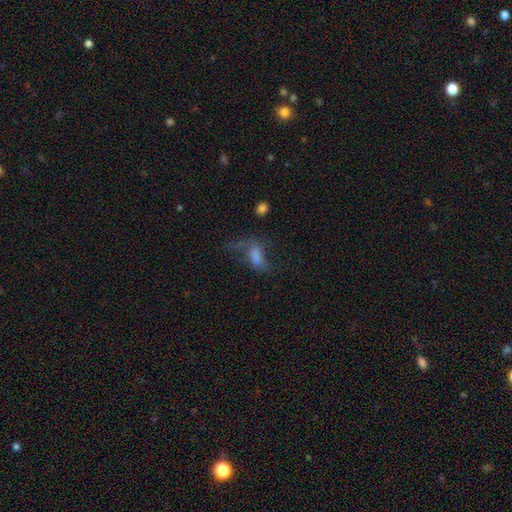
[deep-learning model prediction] The model was most divided on "smooth or featured": smooth: 42%, featured or disk: 39%, star or artifact: 19%. Remaining: merging — major disturbance (41%).